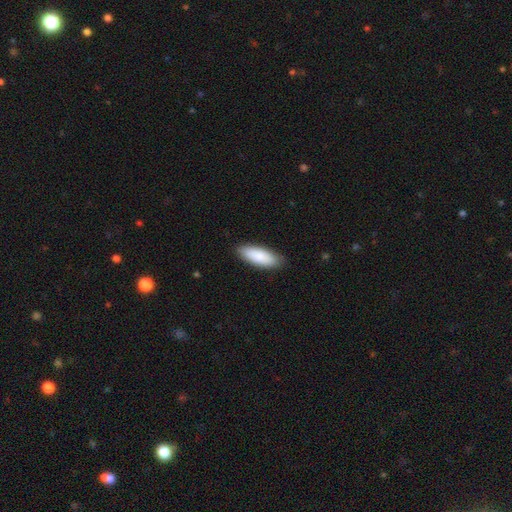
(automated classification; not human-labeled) Smooth or featured? Predicted: smooth (p=0.86). How rounded? Predicted: in between (p=0.68). Merging? Predicted: none (p=0.87).